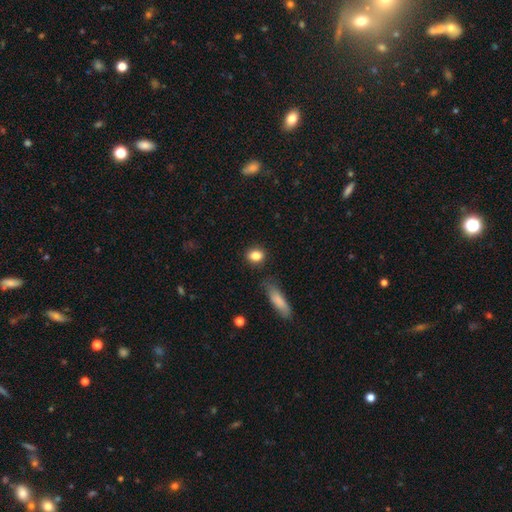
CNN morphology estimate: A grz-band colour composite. It shows a smooth galaxy with no disk features (85%) that is in between round and cigar-shaped (51%). Merging: none (83%).